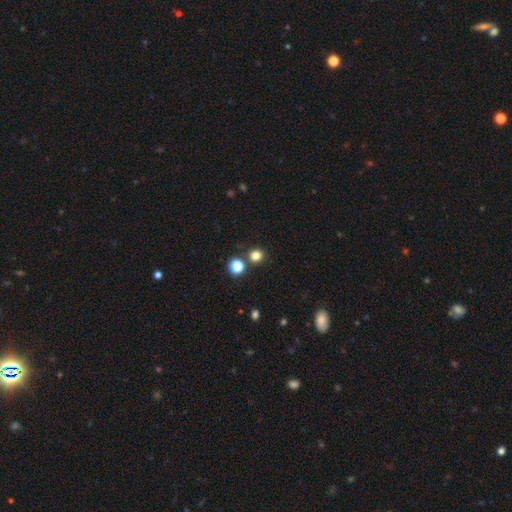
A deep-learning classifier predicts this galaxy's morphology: Smooth or featured?
  - smooth: 79% *
  - star or artifact: 17%
  - featured or disk: 5%
How rounded?
  - round: 90% *
  - in between: 9%
  - cigar-shaped: 1%
Merging?
  - none: 83% *
  - merger: 8%
  - minor disturbance: 6%
  - major disturbance: 3%